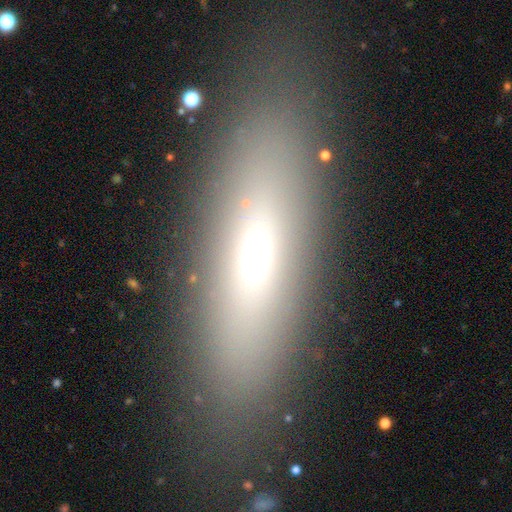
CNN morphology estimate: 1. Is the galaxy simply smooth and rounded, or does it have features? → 55% smooth, 32% featured or disk, 13% star or artifact.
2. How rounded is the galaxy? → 51% cigar-shaped, 45% in between, 4% round.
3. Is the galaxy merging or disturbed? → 85% none, 9% minor disturbance, 5% major disturbance, 2% merger.